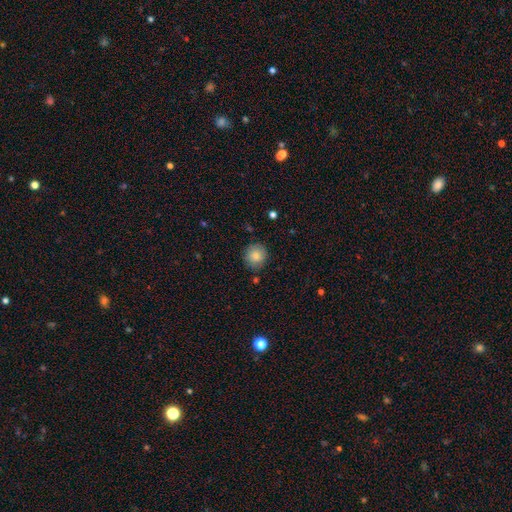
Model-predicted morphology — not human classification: smooth-or-featured: smooth: 85% | star or artifact: 9% | featured or disk: 7%
  how-rounded: round: 90% | in between: 9% | cigar-shaped: 1%
  merging: none: 86% | minor disturbance: 10% | major disturbance: 2% | merger: 2%